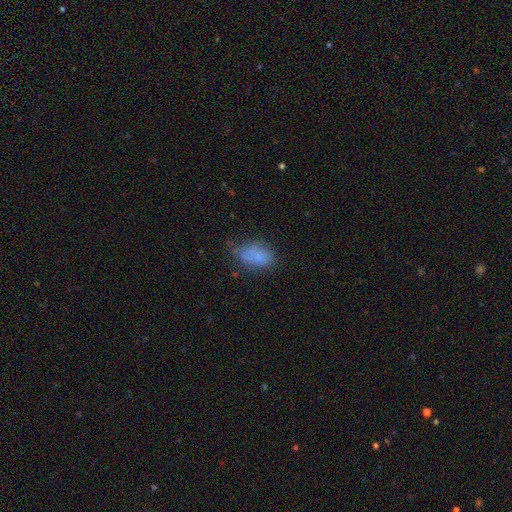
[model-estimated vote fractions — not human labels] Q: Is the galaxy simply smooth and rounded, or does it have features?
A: smooth — 73%.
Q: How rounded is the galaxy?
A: in between — 89%.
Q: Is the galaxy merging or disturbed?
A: none — 48%.